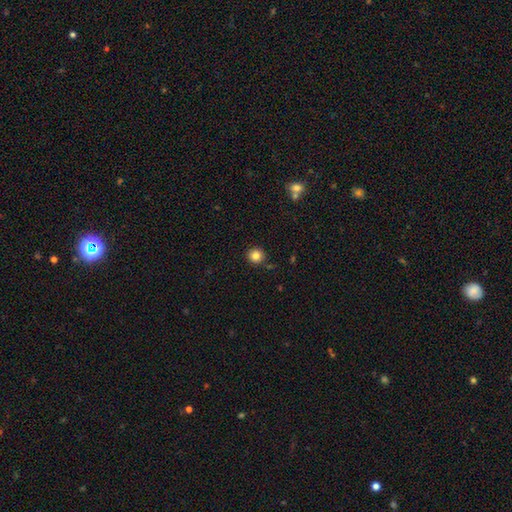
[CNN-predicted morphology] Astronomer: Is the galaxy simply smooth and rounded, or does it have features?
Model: smooth — 83%.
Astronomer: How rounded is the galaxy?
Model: round — 94%.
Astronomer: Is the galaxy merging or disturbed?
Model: none — 89%.